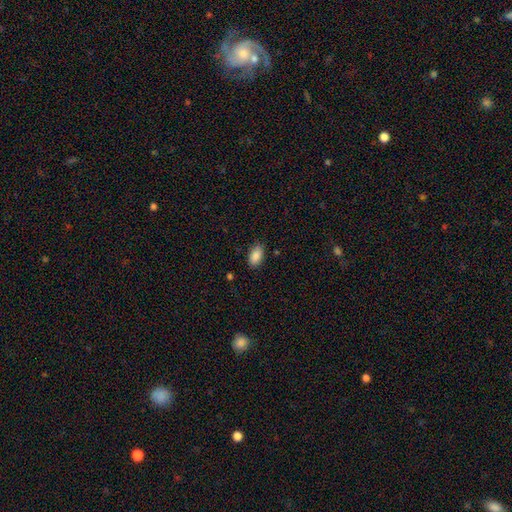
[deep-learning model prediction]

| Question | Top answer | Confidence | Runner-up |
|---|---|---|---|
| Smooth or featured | smooth | 89% | star or artifact (7%) |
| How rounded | in between | 93% | round (5%) |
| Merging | none | 84% | minor disturbance (12%) |